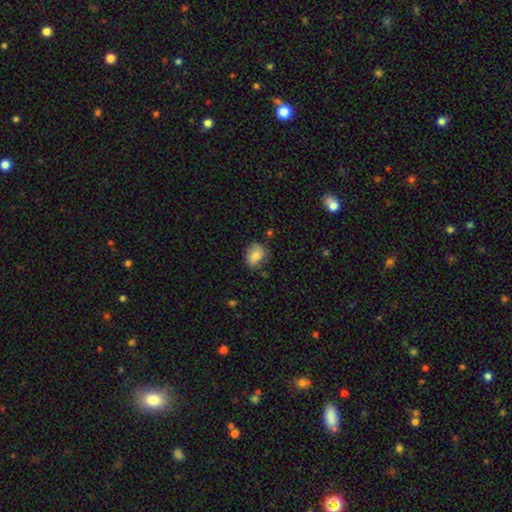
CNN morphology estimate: Smooth or featured? smooth (76%)
How rounded? in between (57%)
Merging? none (72%)